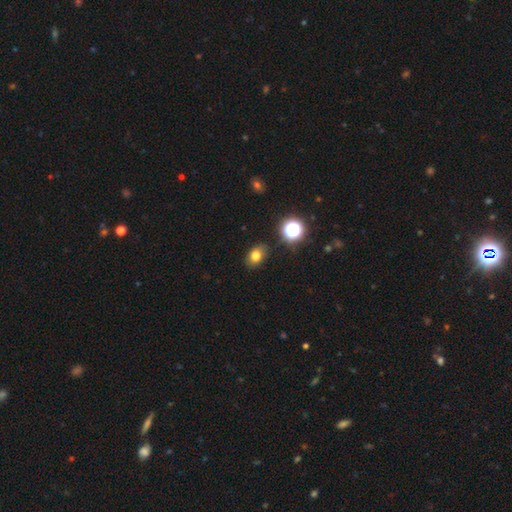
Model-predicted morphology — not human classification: smooth 77%, star or artifact 14%, featured or disk 9%. Down the decision tree: how rounded — in between (70%); merging — none (82%).